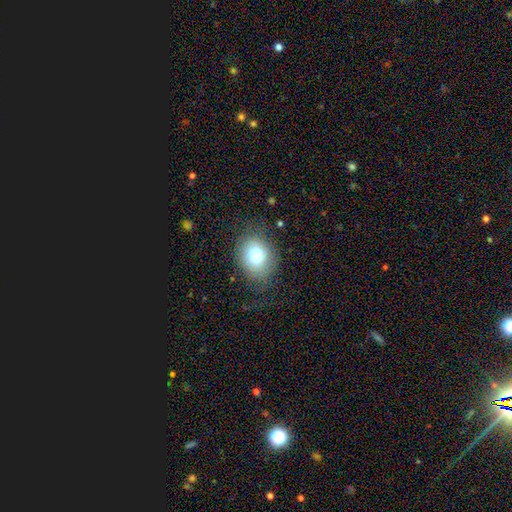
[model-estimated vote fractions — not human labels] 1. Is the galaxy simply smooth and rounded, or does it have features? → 76% smooth, 14% featured or disk, 9% star or artifact.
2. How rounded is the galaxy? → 56% in between, 43% round, 1% cigar-shaped.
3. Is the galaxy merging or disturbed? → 71% none, 18% minor disturbance, 10% major disturbance, 1% merger.